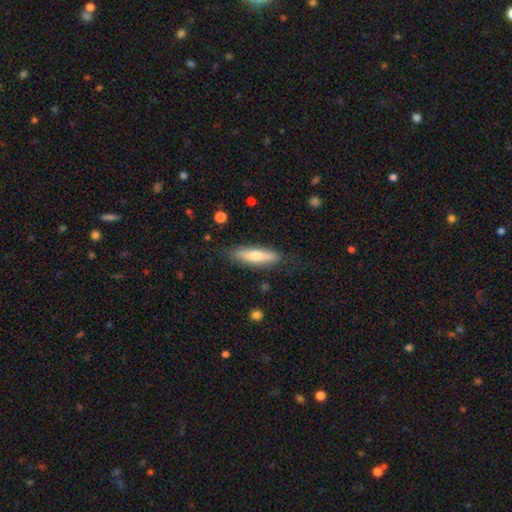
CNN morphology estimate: Smooth or featured: smooth — 59% (featured or disk — 35%)
How rounded: cigar-shaped — 71% (in between — 27%)
Merging: none — 81% (minor disturbance — 14%)